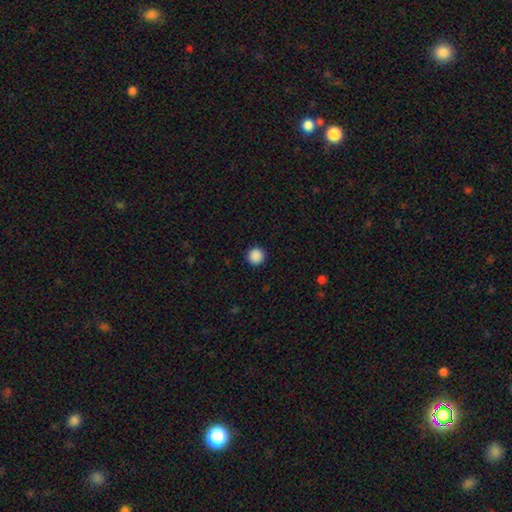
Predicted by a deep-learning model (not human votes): This appears to be a smooth galaxy with no disk features (89%) that is round (96%). Merging: none (93%).